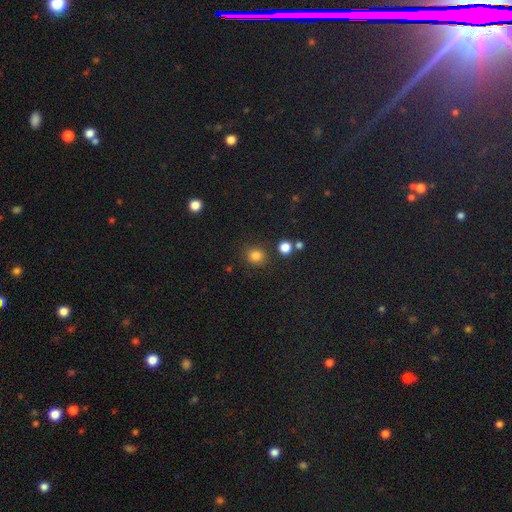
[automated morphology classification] This appears to be a smooth galaxy with no disk features (82%) that is round (82%). Merging: none (84%).